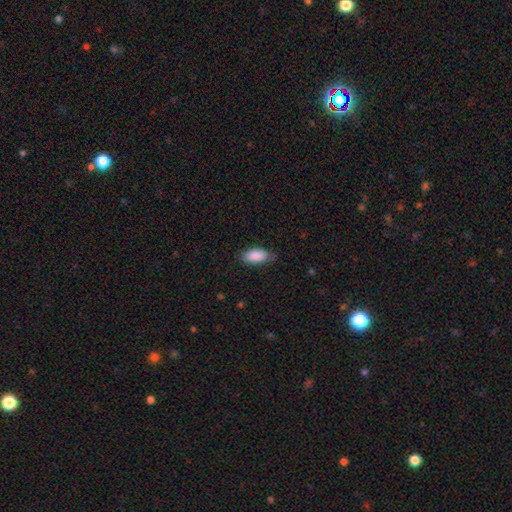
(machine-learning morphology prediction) This is clearly a smooth galaxy (89%). How rounded: clearly in between (91%). Merging: likely none (74%).